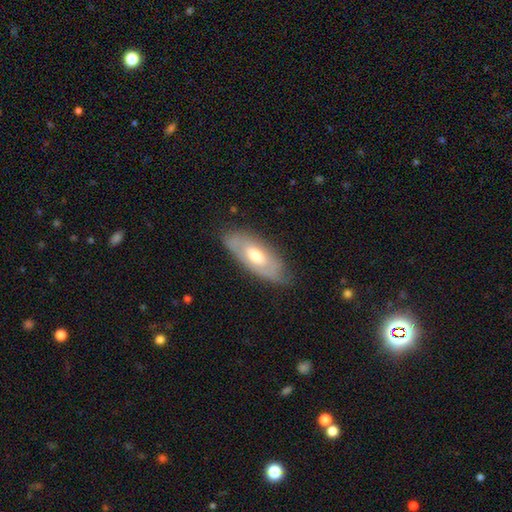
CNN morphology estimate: This is possibly a featured or disk galaxy (51%). It is likely not viewed edge-on (76%). Merging: likely none (76%).